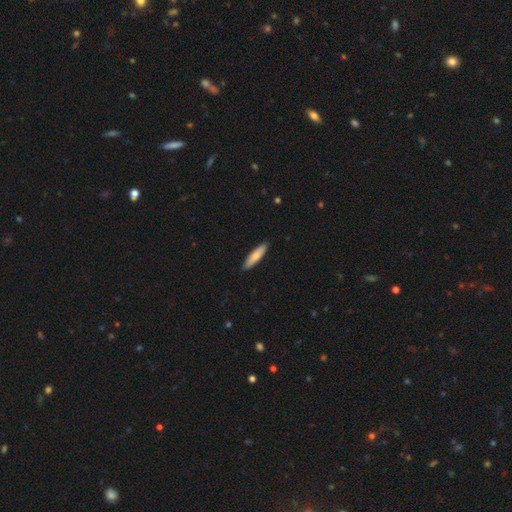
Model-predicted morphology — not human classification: A smooth galaxy with no disk features (74%) that is cigar-shaped (77%). Merging: none (90%).